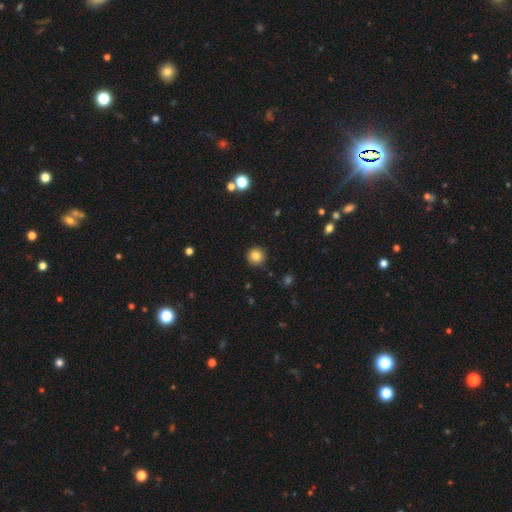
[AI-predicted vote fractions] The model was most divided on "smooth or featured": smooth: 83%, star or artifact: 11%, featured or disk: 6%. More confident: how rounded — round (93%); merging — none (89%).